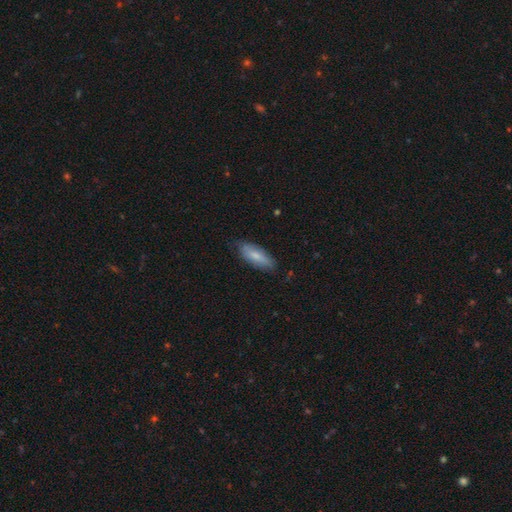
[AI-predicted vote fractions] Smooth or featured? Predicted: smooth (p=0.72). How rounded? Predicted: in between (p=0.58). Merging? Predicted: none (p=0.75).